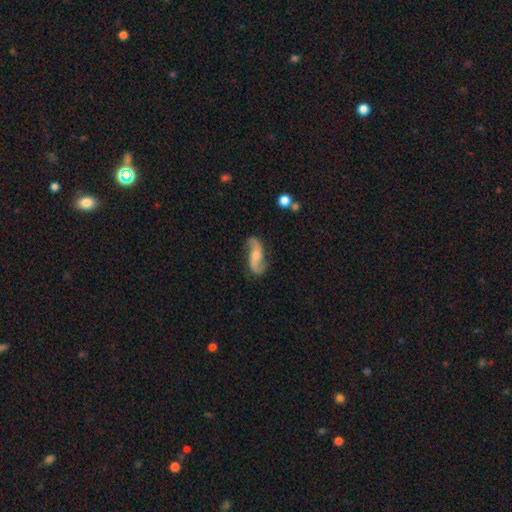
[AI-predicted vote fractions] Morphology: type=featured or disk (84%); edge-on=no (95%); bar=no (54%); spiral arms=yes (96%); winding=loose (71%); arm count=2 (93%); bulge=moderate (52%); merging=none (78%).